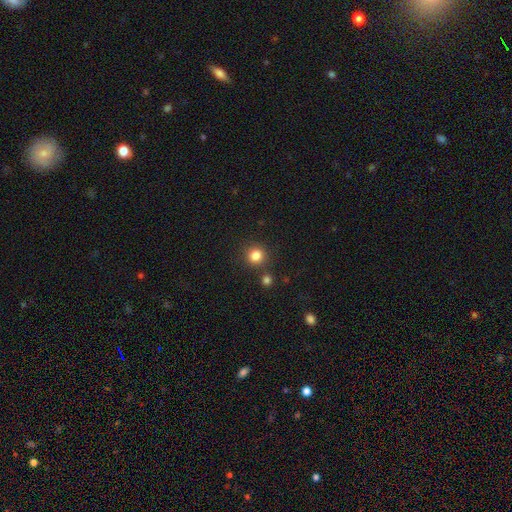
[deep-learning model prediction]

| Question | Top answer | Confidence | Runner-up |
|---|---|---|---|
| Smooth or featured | smooth | 83% | star or artifact (13%) |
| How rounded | round | 92% | in between (7%) |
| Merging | none | 83% | merger (7%) |